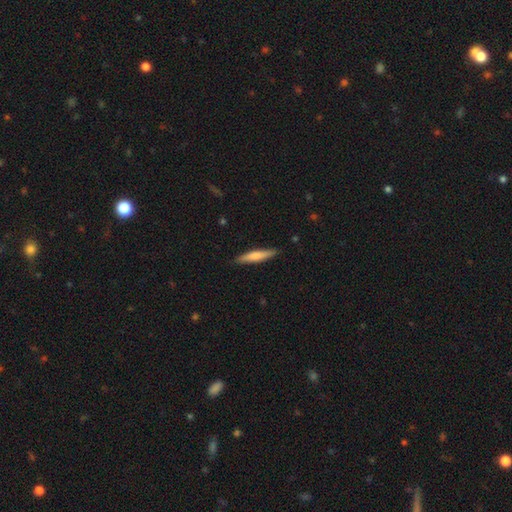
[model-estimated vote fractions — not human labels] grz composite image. It shows a smooth galaxy with no disk features (67%) that is cigar-shaped (89%). Merging: none (88%).